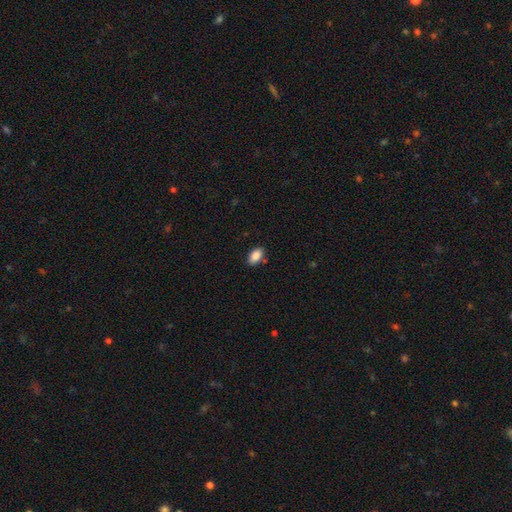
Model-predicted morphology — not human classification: smooth 88%, star or artifact 8%, featured or disk 5%. Down the decision tree: how rounded — in between (93%); merging — none (84%).